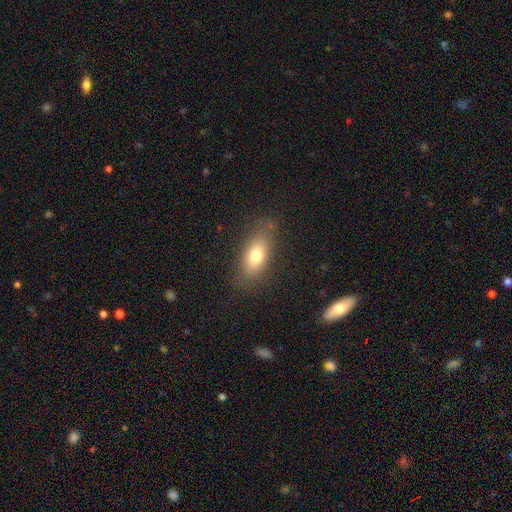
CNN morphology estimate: smooth-or-featured: smooth: 74% | featured or disk: 17% | star or artifact: 9%
  how-rounded: in between: 82% | cigar-shaped: 12% | round: 6%
  merging: none: 78% | minor disturbance: 15% | major disturbance: 5% | merger: 2%